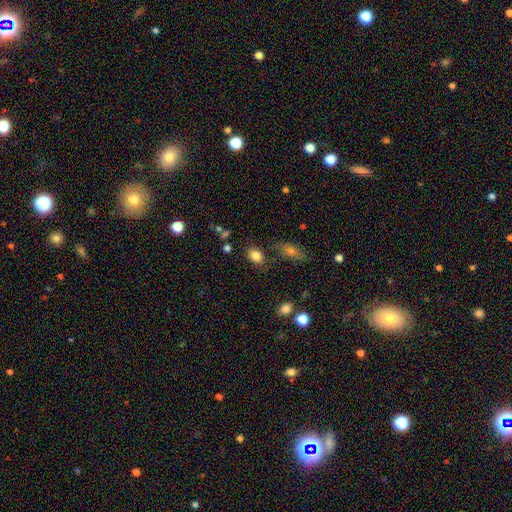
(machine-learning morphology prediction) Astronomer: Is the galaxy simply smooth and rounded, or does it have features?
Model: smooth — 84%.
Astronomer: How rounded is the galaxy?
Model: in between — 72%.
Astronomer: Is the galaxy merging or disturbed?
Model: none — 77%.